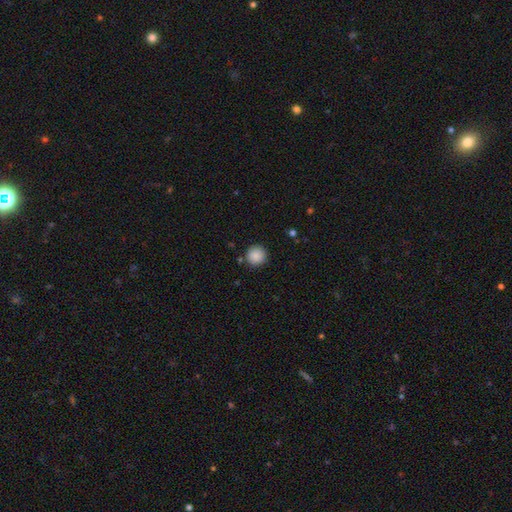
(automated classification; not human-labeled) This is clearly a smooth galaxy (89%). How rounded: clearly round (95%). Merging: clearly none (89%).